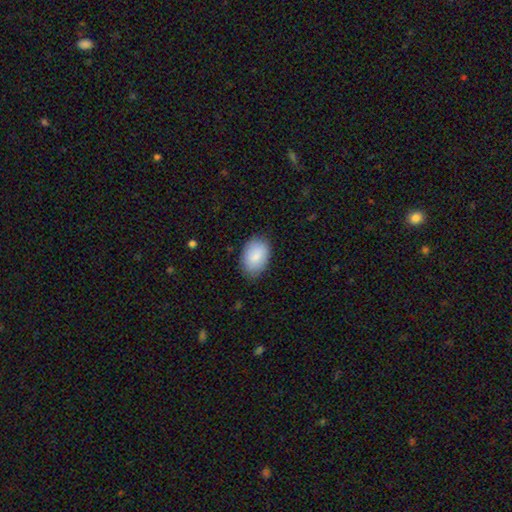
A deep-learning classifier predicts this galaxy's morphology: Smooth or featured? Predicted: smooth (p=0.87). How rounded? Predicted: in between (p=0.87). Merging? Predicted: none (p=0.81).